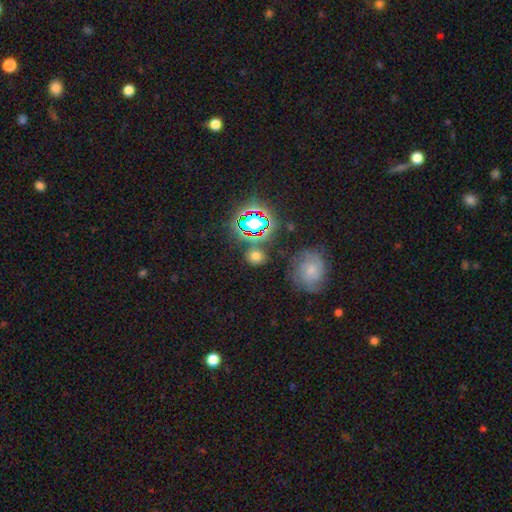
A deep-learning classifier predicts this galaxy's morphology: smooth-or-featured: smooth: 59% | star or artifact: 30% | featured or disk: 11%
  how-rounded: round: 73% | in between: 25% | cigar-shaped: 1%
  merging: none: 79% | minor disturbance: 10% | merger: 6% | major disturbance: 4%